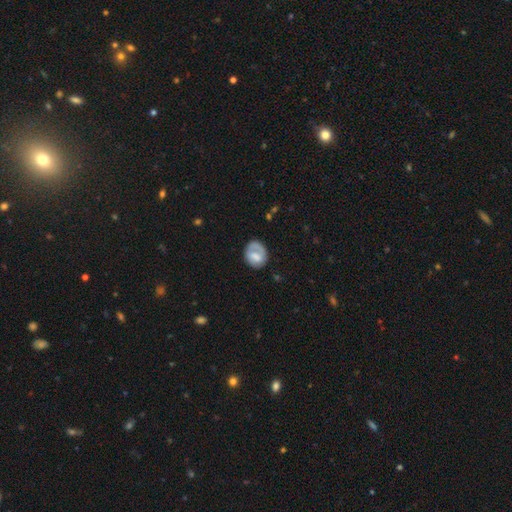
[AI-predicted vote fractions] smooth-or-featured: smooth: 61% | featured or disk: 33% | star or artifact: 7%
  how-rounded: round: 57% | in between: 42% | cigar-shaped: 1%
  merging: none: 58% | minor disturbance: 24% | major disturbance: 15% | merger: 3%